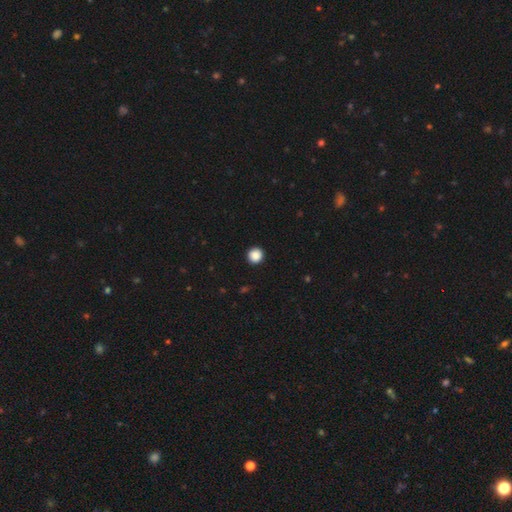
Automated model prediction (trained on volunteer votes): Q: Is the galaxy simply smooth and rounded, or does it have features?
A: smooth — 88%.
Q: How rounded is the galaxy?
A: round — 95%.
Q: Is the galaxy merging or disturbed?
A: none — 93%.